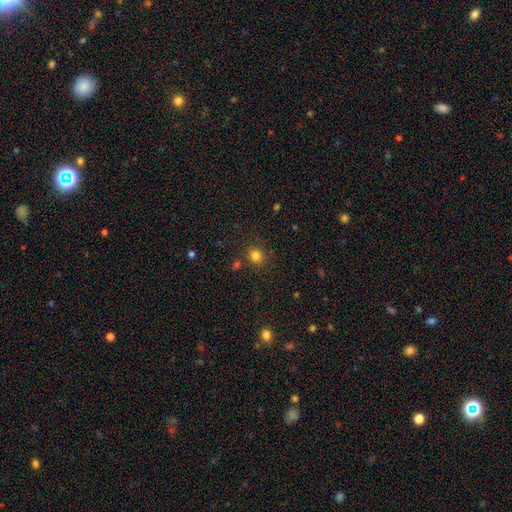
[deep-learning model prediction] This appears to be a smooth galaxy with no disk features (81%) that is round (82%). Merging: none (82%).